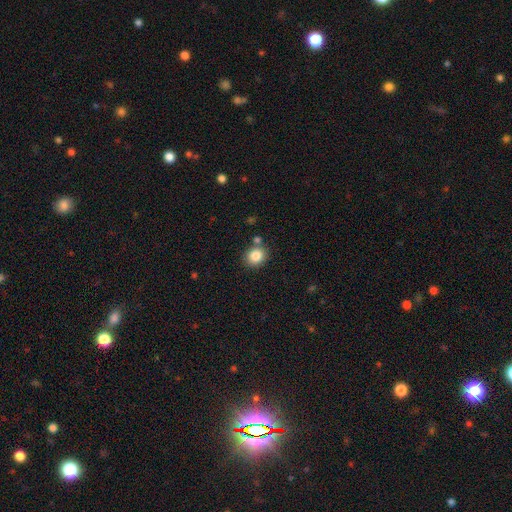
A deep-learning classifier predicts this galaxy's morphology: A smooth galaxy with no disk features (85%) that is round (74%).

Vote fractions:
- Smooth or featured? smooth: 85% / star or artifact: 10% / featured or disk: 6%
- How rounded? round: 74% / in between: 25% / cigar-shaped: 1%
- Merging? none: 78% / minor disturbance: 10% / merger: 9% / major disturbance: 3%